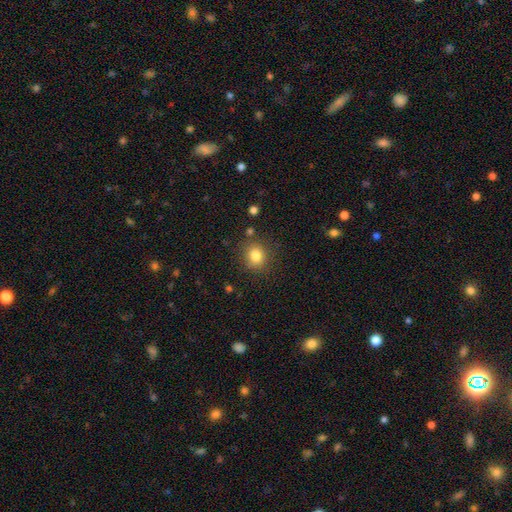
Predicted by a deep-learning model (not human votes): This is clearly a smooth galaxy (82%). How rounded: likely round (76%). Merging: clearly none (84%).